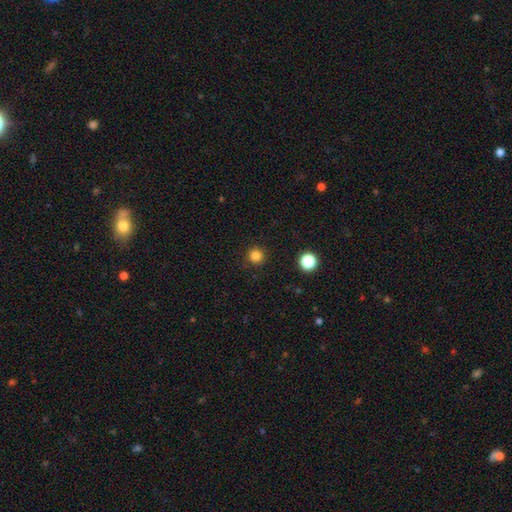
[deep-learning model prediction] Overall: smooth (83%). How rounded: round (96%). Merging: none (91%).